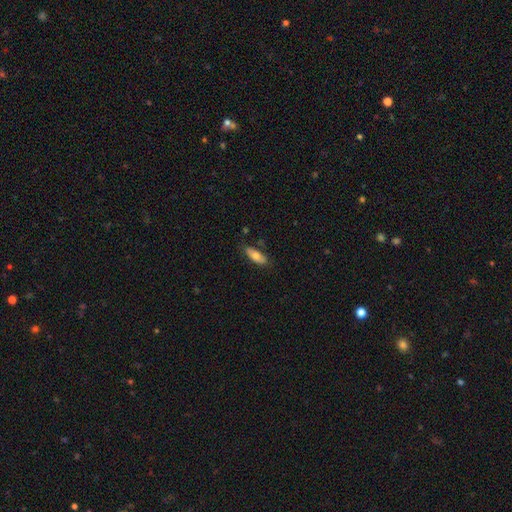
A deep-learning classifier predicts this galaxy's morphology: Q: Smooth or featured?
A: smooth (68%); runner-up: featured or disk (26%)
Q: How rounded?
A: in between (74%); runner-up: cigar-shaped (23%)
Q: Merging?
A: none (77%); runner-up: minor disturbance (18%)